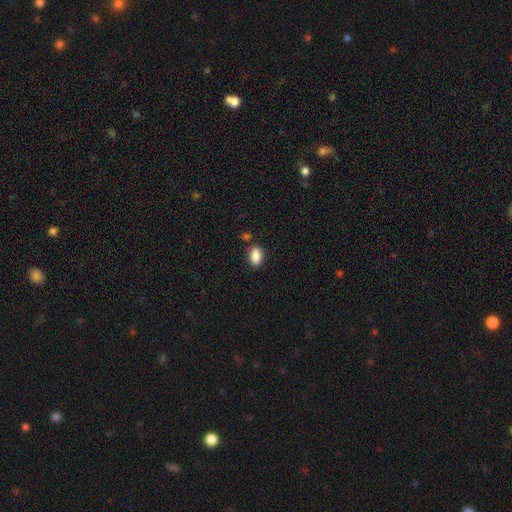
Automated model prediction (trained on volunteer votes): A smooth galaxy with no disk features (88%) that is in between round and cigar-shaped (88%). Merging: none (80%).